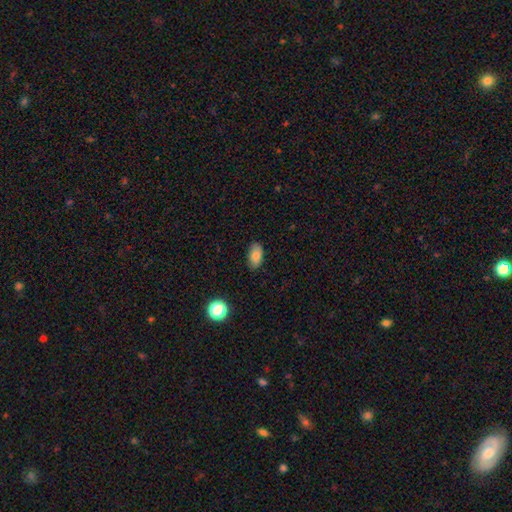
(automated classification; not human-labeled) The model was most divided on "smooth or featured": smooth: 80%, featured or disk: 11%, star or artifact: 9%. More confident: how rounded — in between (91%); merging — none (84%).